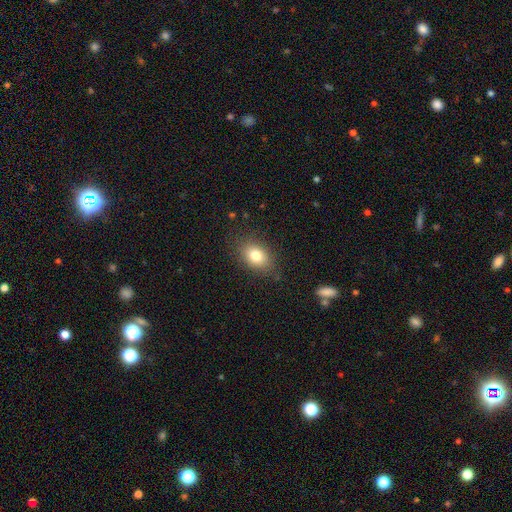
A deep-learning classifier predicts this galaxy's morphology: type=smooth (79%); roundness=in between (76%); merging=none (82%).